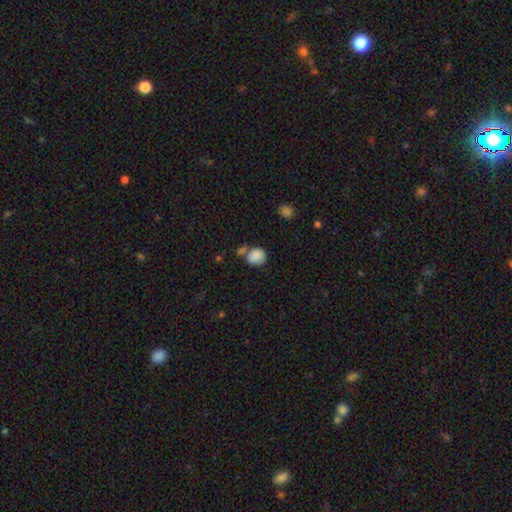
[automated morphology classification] Overall: smooth (86%). How rounded: round (74%). Merging: none (54%; merger 24%).